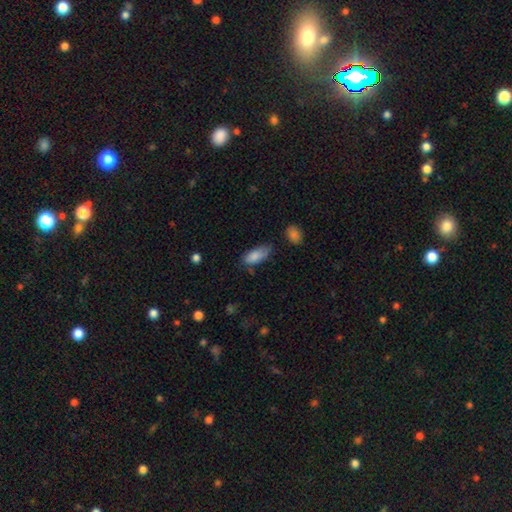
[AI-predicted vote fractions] Smooth or featured? smooth (83%)
How rounded? in between (86%)
Merging? none (57%)